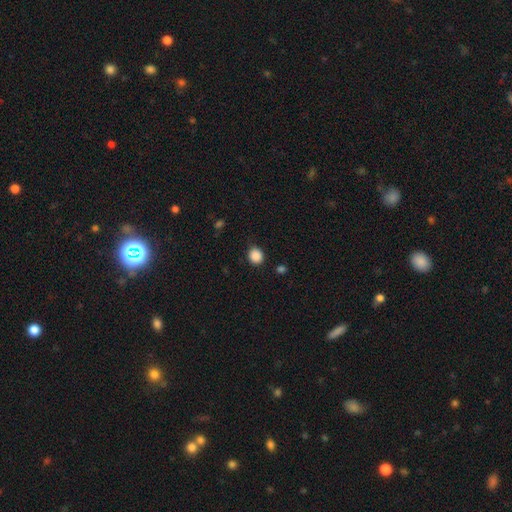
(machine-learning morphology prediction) type=smooth (88%); roundness=round (75%); merging=none (85%).